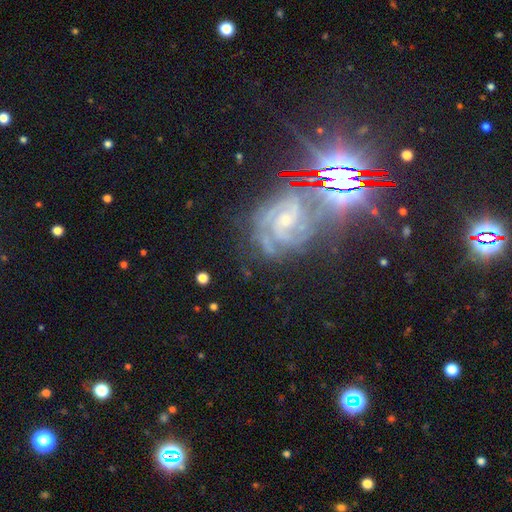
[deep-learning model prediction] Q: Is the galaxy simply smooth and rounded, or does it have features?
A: featured or disk — 69%.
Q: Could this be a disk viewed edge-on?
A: no — 96%.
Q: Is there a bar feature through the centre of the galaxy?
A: no — 50%.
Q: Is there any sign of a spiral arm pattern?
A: yes — 96%.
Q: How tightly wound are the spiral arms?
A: tight — 60%.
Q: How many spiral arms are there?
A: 3 — 28%.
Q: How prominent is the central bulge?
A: small — 67%.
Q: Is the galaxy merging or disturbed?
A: none — 66%.